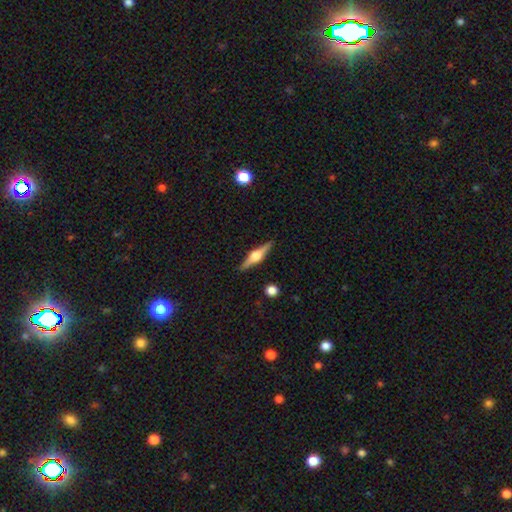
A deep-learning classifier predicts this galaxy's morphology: smooth_or_featured: featured or disk (p=0.74) [alt: smooth p=0.20]
disk_edge_on: yes (p=0.98) [alt: no p=0.02]
edge_on_bulge: rounded (p=0.92) [alt: boxy p=0.07]
merging: none (p=0.90) [alt: minor disturbance p=0.07]